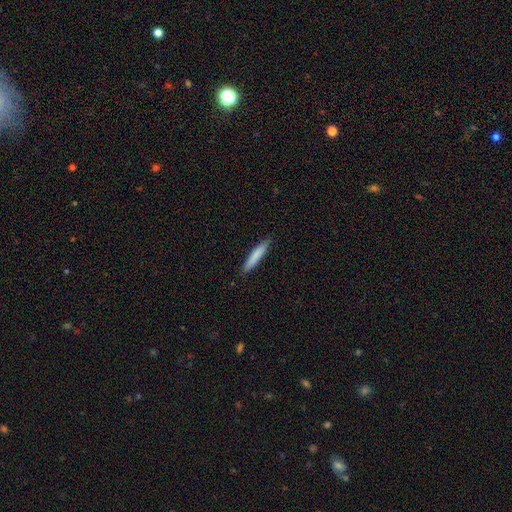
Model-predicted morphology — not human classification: Overall: smooth (80%). How rounded: cigar-shaped (92%). Merging: none (87%).